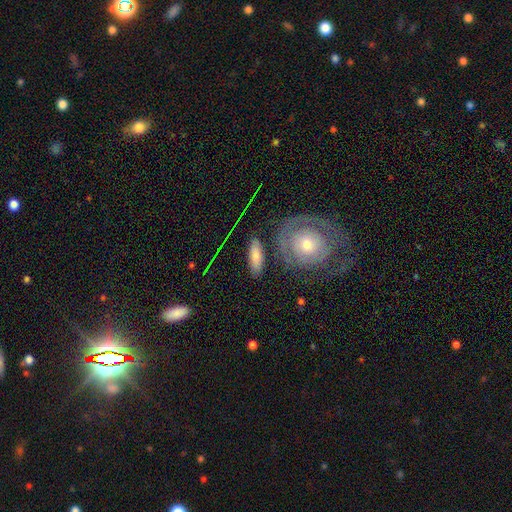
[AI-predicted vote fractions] This is likely a smooth galaxy (69%). How rounded: likely in between (67%). Merging: likely none (78%).